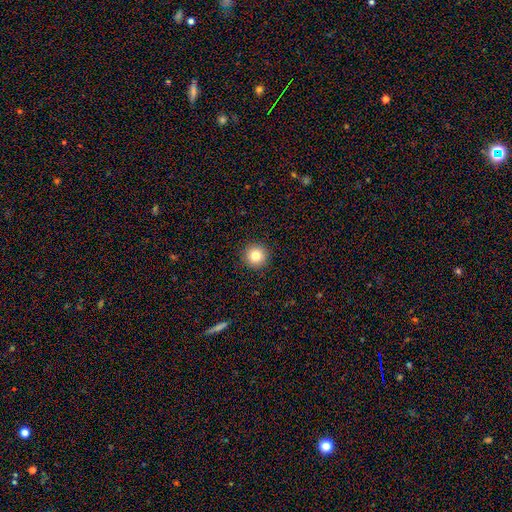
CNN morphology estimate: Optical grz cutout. It shows a smooth galaxy with no disk features (81%) that is round (96%). Merging: none (93%).